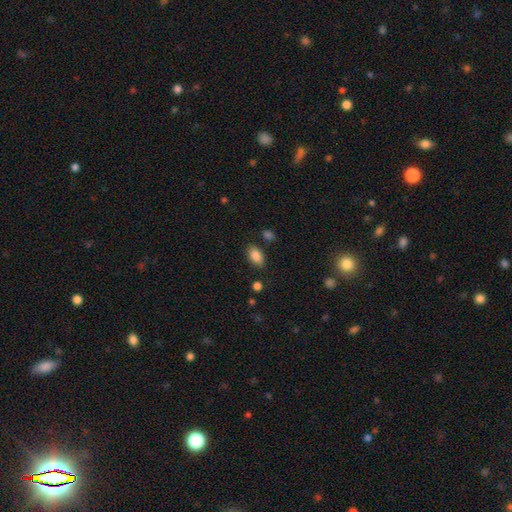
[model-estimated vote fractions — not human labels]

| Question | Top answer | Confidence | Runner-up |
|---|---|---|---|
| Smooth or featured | smooth | 86% | star or artifact (8%) |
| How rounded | in between | 91% | round (6%) |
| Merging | none | 82% | minor disturbance (11%) |